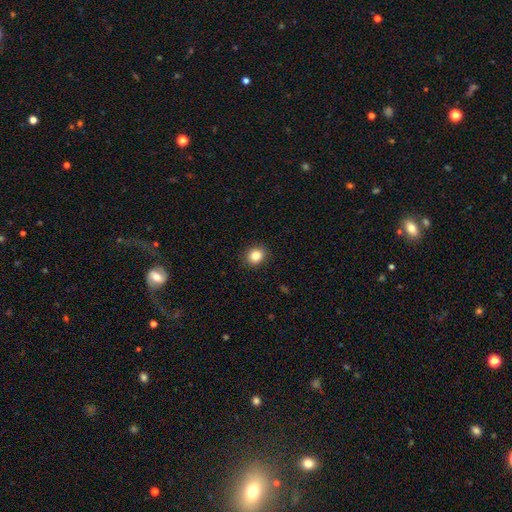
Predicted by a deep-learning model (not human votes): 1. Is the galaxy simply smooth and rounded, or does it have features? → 84% smooth, 10% star or artifact, 5% featured or disk.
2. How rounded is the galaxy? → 70% round, 29% in between, 1% cigar-shaped.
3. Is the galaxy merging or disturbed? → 90% none, 7% minor disturbance, 2% major disturbance, 1% merger.